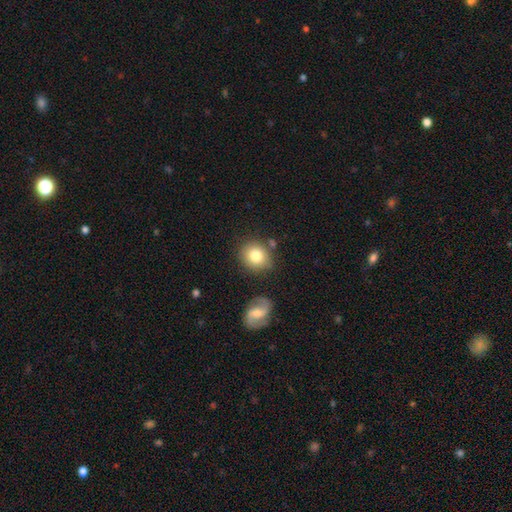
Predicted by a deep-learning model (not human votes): Q: Smooth or featured?
A: smooth (81%); runner-up: featured or disk (12%)
Q: How rounded?
A: round (82%); runner-up: in between (17%)
Q: Merging?
A: none (77%); runner-up: minor disturbance (12%)